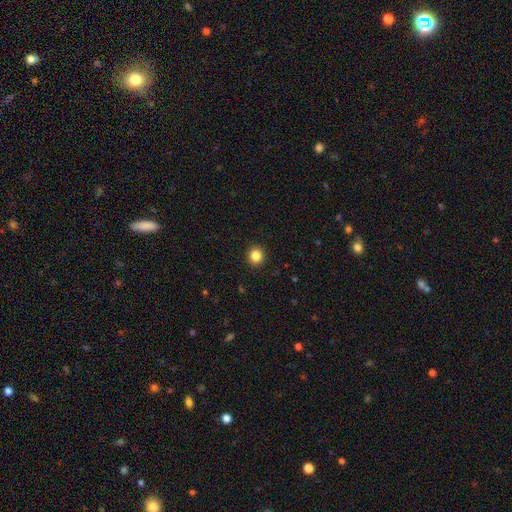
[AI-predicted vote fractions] smooth_or_featured: smooth (p=0.85) [alt: star or artifact p=0.11]
how_rounded: round (p=0.93) [alt: in between p=0.06]
merging: none (p=0.93) [alt: minor disturbance p=0.04]